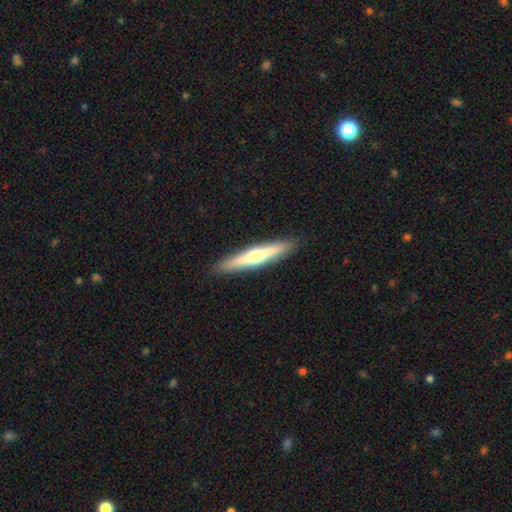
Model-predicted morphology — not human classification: type=featured or disk (52%); edge-on=yes (95%); merging=none (91%).